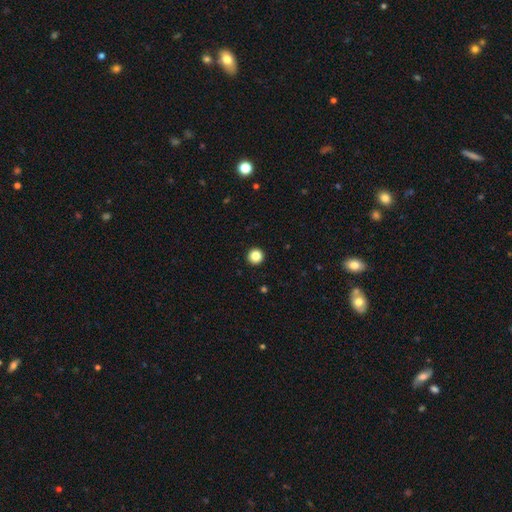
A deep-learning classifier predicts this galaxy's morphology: Overall: smooth (85%). How rounded: round (97%). Merging: none (94%).